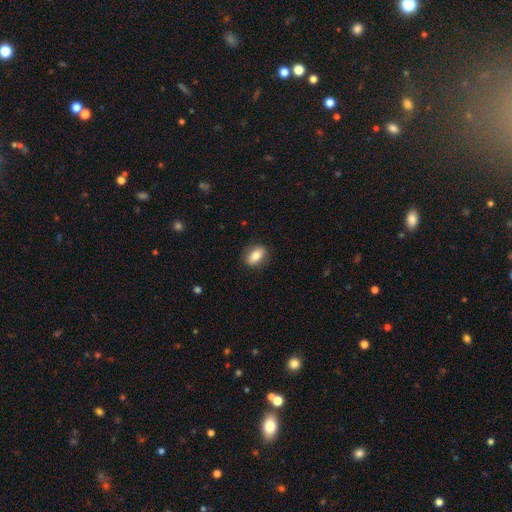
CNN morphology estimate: smooth_or_featured: smooth (p=0.82) [alt: featured or disk p=0.11]
how_rounded: in between (p=0.84) [alt: round p=0.12]
merging: none (p=0.86) [alt: minor disturbance p=0.10]